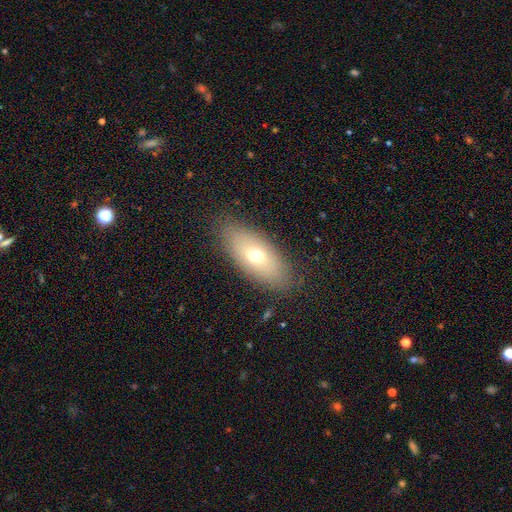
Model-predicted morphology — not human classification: Q: Smooth or featured?
A: smooth (63%); runner-up: featured or disk (28%)
Q: How rounded?
A: in between (83%); runner-up: cigar-shaped (12%)
Q: Merging?
A: none (84%); runner-up: minor disturbance (11%)